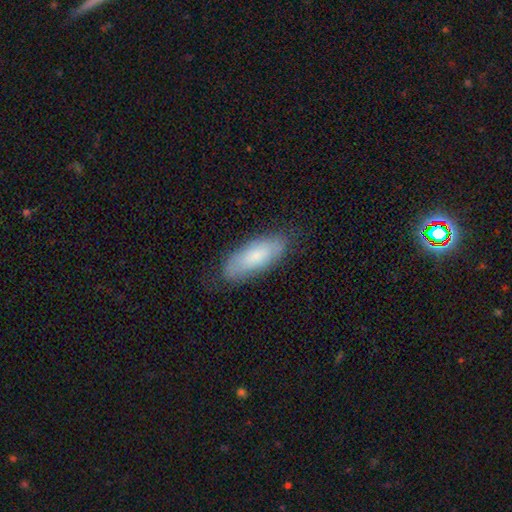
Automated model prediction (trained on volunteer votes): Smooth or featured: smooth — 71% (featured or disk — 22%)
How rounded: in between — 73% (cigar-shaped — 25%)
Merging: none — 77% (minor disturbance — 18%)